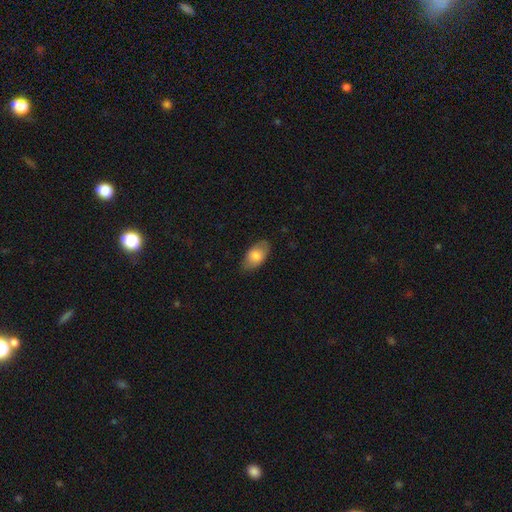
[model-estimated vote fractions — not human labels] A smooth galaxy with no disk features (77%) that is in between round and cigar-shaped (93%). Merging: none (77%).